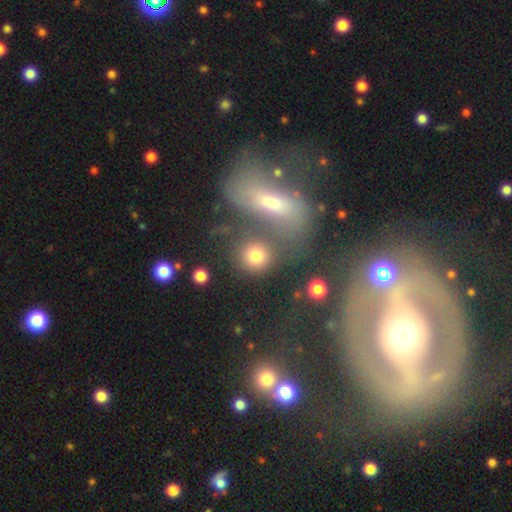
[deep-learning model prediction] smooth_or_featured: smooth (p=0.76) [alt: star or artifact p=0.13]
how_rounded: round (p=0.83) [alt: in between p=0.15]
merging: none (p=0.62) [alt: merger p=0.21]